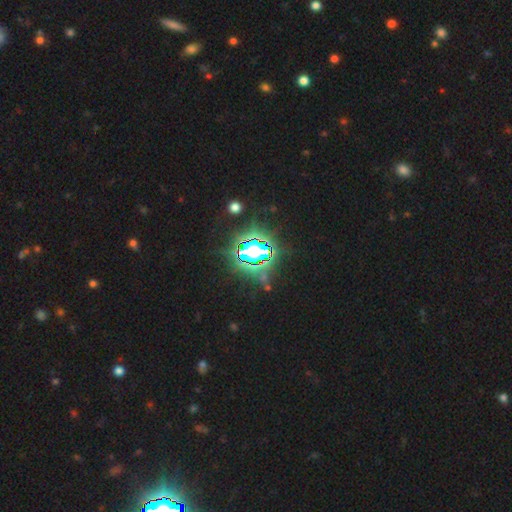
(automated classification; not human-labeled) star or artifact 78%, smooth 13%, featured or disk 9%.